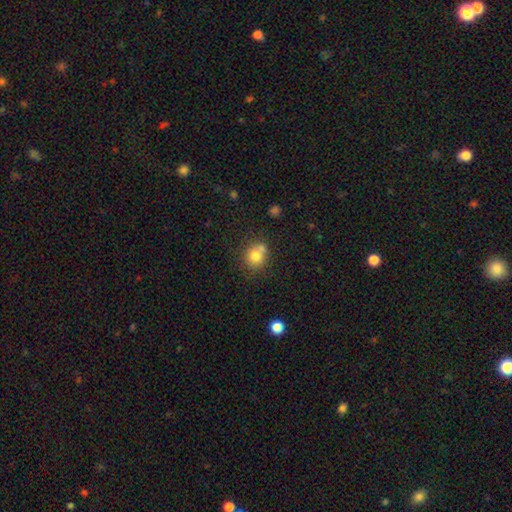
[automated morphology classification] A smooth galaxy with no disk features (77%) that is round (78%).

Vote fractions:
- Smooth or featured? smooth: 77% / featured or disk: 12% / star or artifact: 11%
- How rounded? round: 78% / in between: 22% / cigar-shaped: 1%
- Merging? none: 53% / merger: 28% / minor disturbance: 14% / major disturbance: 4%